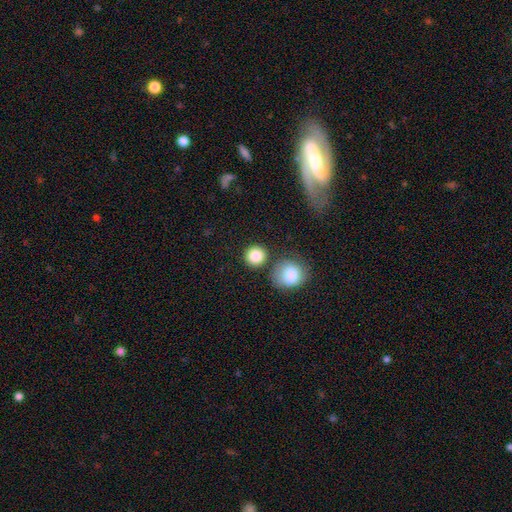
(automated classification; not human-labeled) Overall: smooth (86%). How rounded: round (91%). Merging: none (77%).